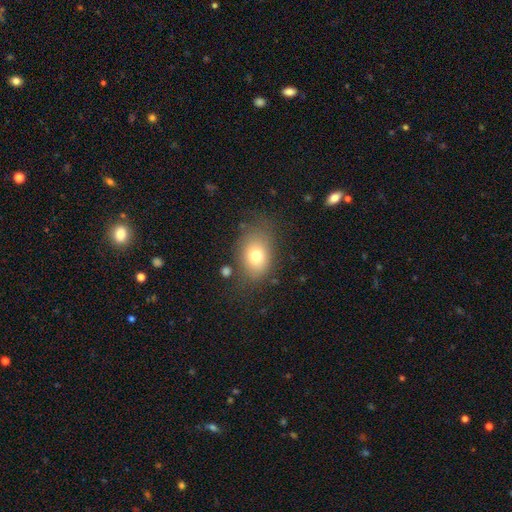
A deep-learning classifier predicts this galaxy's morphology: A smooth galaxy with no disk features (74%) that is in between round and cigar-shaped (69%).

Vote fractions:
- Smooth or featured? smooth: 74% / featured or disk: 14% / star or artifact: 11%
- How rounded? in between: 69% / round: 30% / cigar-shaped: 1%
- Merging? none: 70% / minor disturbance: 18% / major disturbance: 9% / merger: 3%